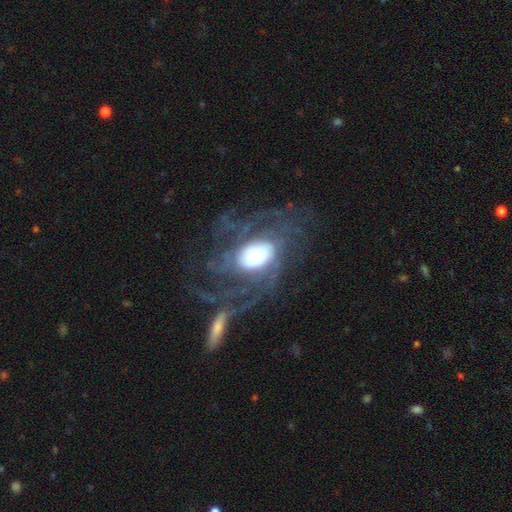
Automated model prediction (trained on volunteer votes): Morphology: type=featured or disk (75%); edge-on=no (95%); bar=no (73%); spiral arms=yes (88%); winding=tight (41%); arm count=can't tell (34%); bulge=large (48%); merging=none (48%).